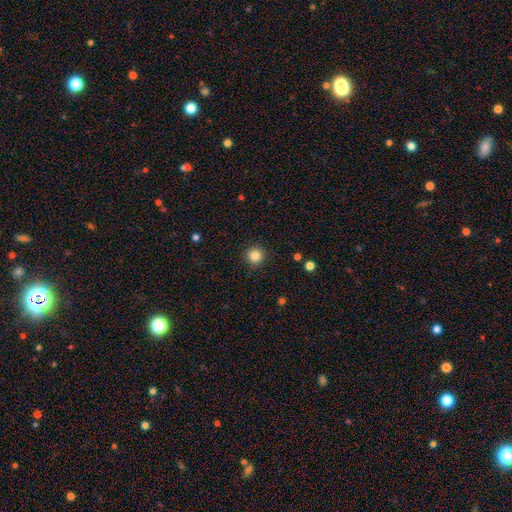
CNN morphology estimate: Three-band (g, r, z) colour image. It shows a smooth galaxy with no disk features (84%) that is round (95%). Merging: none (92%).